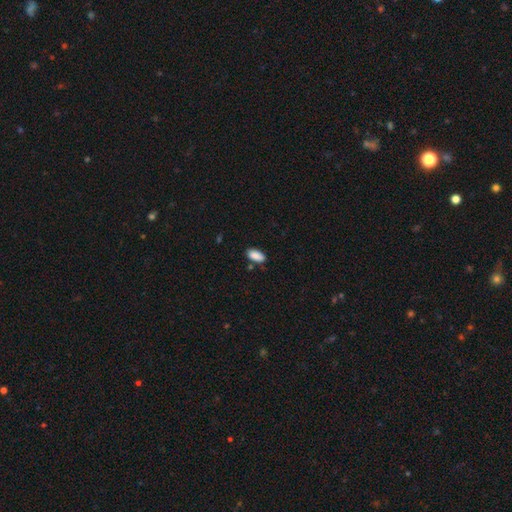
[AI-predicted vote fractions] Morphology: type=smooth (89%); roundness=in between (91%); merging=none (79%).